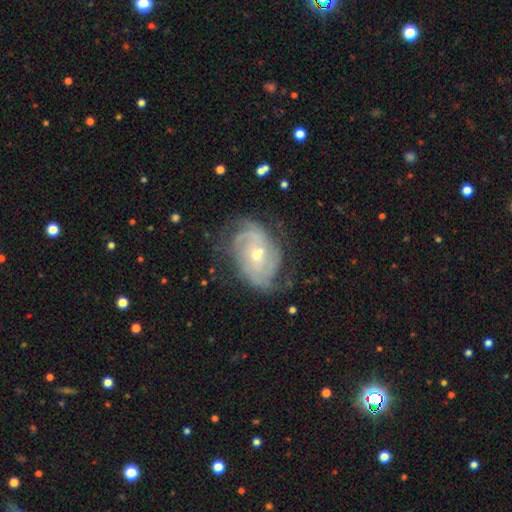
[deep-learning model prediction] Smooth or featured: featured or disk — 82% (smooth — 12%)
Edge-on disk: no — 96% (yes — 4%)
Bar: no — 54% (weak — 37%)
Spiral arms: yes — 92% (no — 8%)
Spiral winding: tight — 56% (medium — 32%)
Spiral arm count: can't tell — 36% (2 — 29%)
Bulge size: moderate — 49% (small — 48%)
Merging: none — 65% (minor disturbance — 23%)